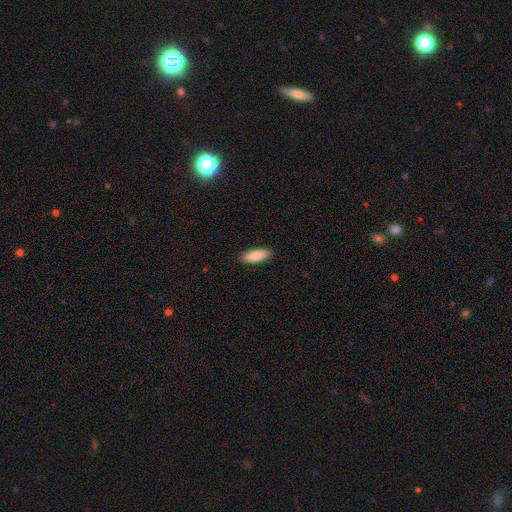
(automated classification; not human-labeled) smooth-or-featured: smooth: 86% | featured or disk: 8% | star or artifact: 6%
  how-rounded: in between: 71% | cigar-shaped: 27% | round: 2%
  merging: none: 90% | minor disturbance: 8% | major disturbance: 2% | merger: 1%